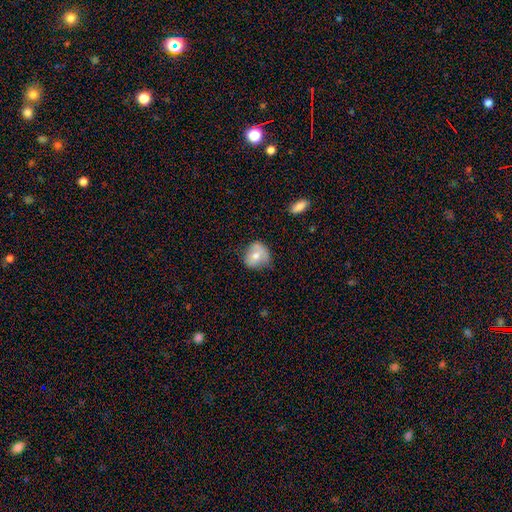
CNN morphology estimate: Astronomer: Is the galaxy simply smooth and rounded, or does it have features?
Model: smooth — 68%.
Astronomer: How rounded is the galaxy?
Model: round — 71%.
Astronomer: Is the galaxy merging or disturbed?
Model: none — 52% (runner-up: minor disturbance, 35%).